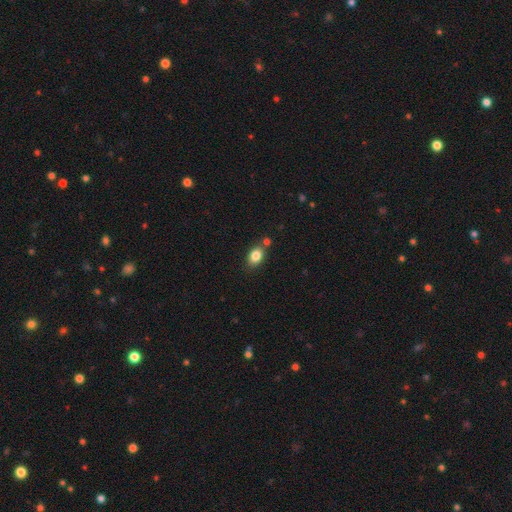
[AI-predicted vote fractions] A smooth galaxy with no disk features (83%) that is in between round and cigar-shaped (80%).

Vote fractions:
- Smooth or featured? smooth: 83% / star or artifact: 9% / featured or disk: 8%
- How rounded? in between: 80% / round: 19% / cigar-shaped: 2%
- Merging? none: 72% / minor disturbance: 13% / merger: 12% / major disturbance: 3%